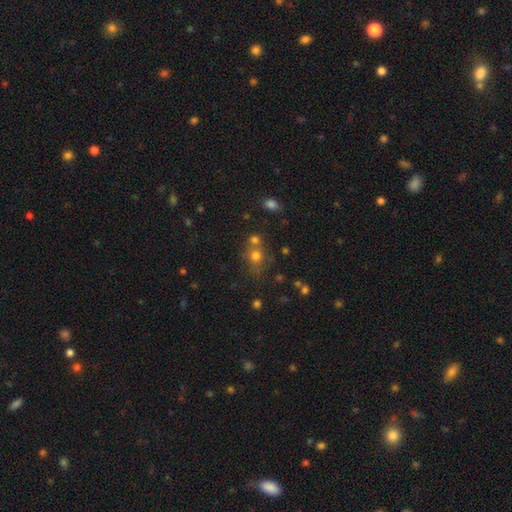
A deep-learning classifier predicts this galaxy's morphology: smooth_or_featured: smooth (p=0.69) [alt: star or artifact p=0.20]
how_rounded: round (p=0.81) [alt: in between p=0.18]
merging: none (p=0.56) [alt: merger p=0.28]